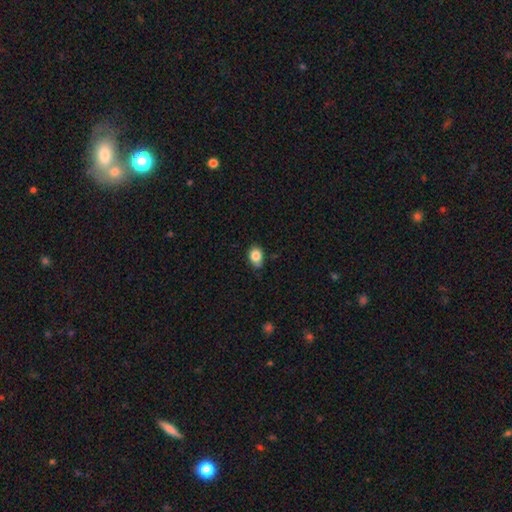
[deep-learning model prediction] Smooth or featured? Predicted: smooth (p=0.83). How rounded? Predicted: in between (p=0.62). Merging? Predicted: none (p=0.66).